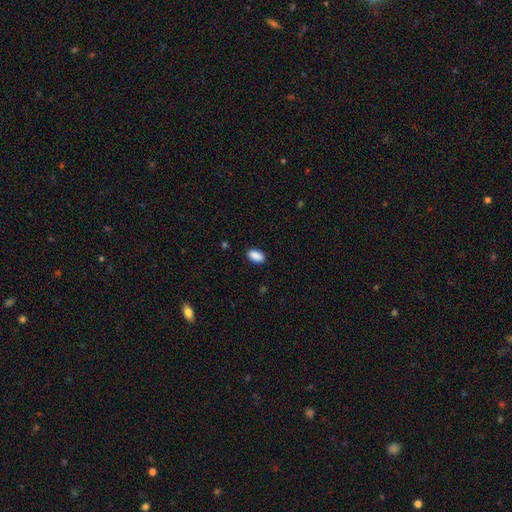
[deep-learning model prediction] A smooth galaxy with no disk features (90%) that is in between round and cigar-shaped (93%).

Vote fractions:
- Smooth or featured? smooth: 90% / star or artifact: 7% / featured or disk: 3%
- How rounded? in between: 93% / round: 5% / cigar-shaped: 2%
- Merging? none: 88% / minor disturbance: 9% / major disturbance: 2% / merger: 1%